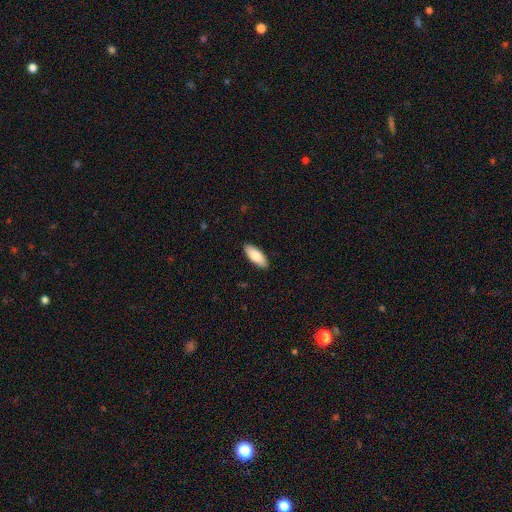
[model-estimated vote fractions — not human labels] smooth_or_featured: smooth (p=0.83) [alt: featured or disk p=0.11]
how_rounded: in between (p=0.80) [alt: cigar-shaped p=0.18]
merging: none (p=0.90) [alt: minor disturbance p=0.08]